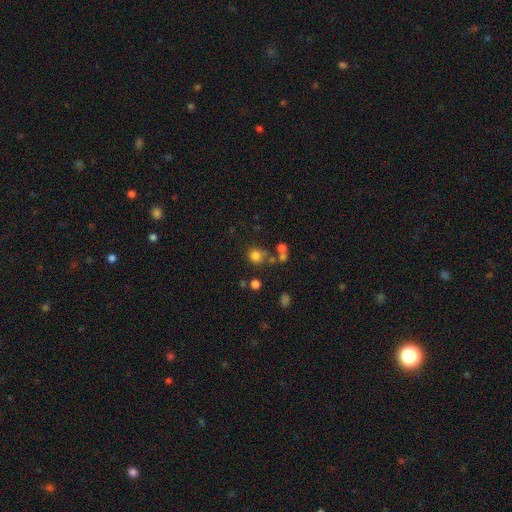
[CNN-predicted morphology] Smooth or featured? Predicted: smooth (p=0.77). How rounded? Predicted: round (p=0.87). Merging? Predicted: none (p=0.67).